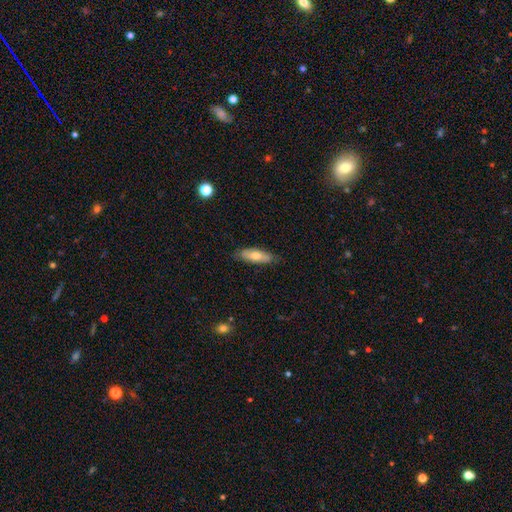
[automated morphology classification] Q: Smooth or featured?
A: smooth (67%); runner-up: featured or disk (28%)
Q: How rounded?
A: in between (59%); runner-up: cigar-shaped (39%)
Q: Merging?
A: none (80%); runner-up: minor disturbance (16%)